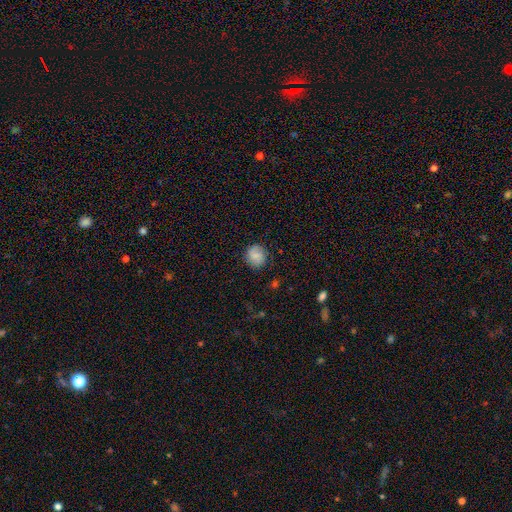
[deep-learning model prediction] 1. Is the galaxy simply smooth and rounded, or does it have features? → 79% smooth, 12% featured or disk, 8% star or artifact.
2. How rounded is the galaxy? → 85% round, 14% in between, 1% cigar-shaped.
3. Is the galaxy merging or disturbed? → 84% none, 12% minor disturbance, 3% major disturbance, 1% merger.